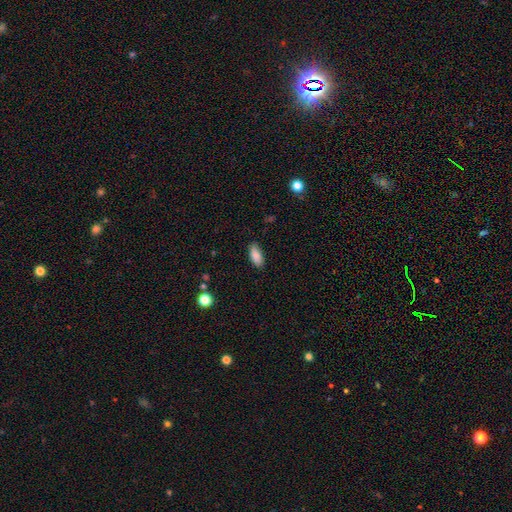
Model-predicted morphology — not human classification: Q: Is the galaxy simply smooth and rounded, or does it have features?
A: smooth — 86%.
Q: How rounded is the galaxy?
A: in between — 85%.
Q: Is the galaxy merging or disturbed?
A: none — 82%.